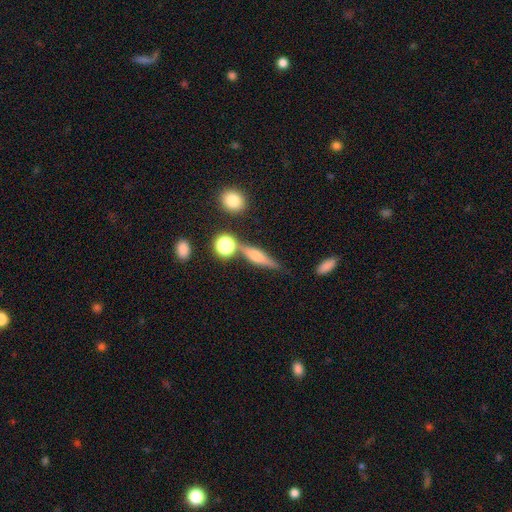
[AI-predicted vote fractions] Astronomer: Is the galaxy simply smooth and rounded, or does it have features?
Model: featured or disk — 55% (runner-up: smooth, 35%).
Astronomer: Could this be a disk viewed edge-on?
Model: yes — 92%.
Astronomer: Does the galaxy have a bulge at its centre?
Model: rounded — 84%.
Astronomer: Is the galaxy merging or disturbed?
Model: none — 74%.